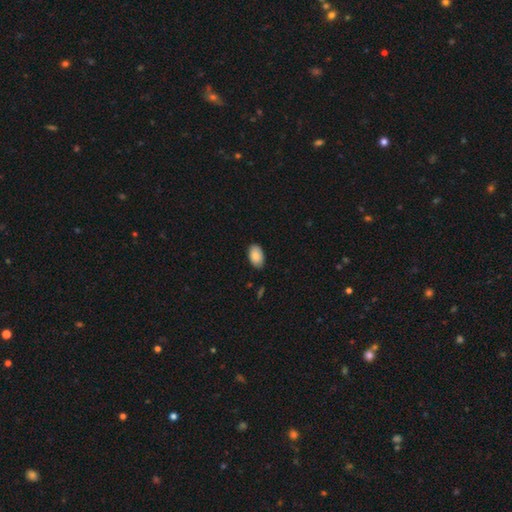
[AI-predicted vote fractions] A smooth galaxy with no disk features (88%) that is in between round and cigar-shaped (94%).

Vote fractions:
- Smooth or featured? smooth: 88% / star or artifact: 6% / featured or disk: 5%
- How rounded? in between: 94% / round: 5% / cigar-shaped: 1%
- Merging? none: 84% / minor disturbance: 13% / major disturbance: 2% / merger: 1%